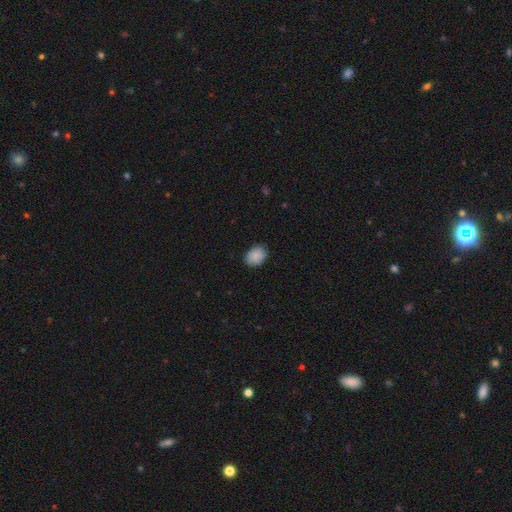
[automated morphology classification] The model was most divided on "how rounded": in between: 70%, round: 29%, cigar-shaped: 1%. More confident: smooth or featured — smooth (87%); merging — none (82%).